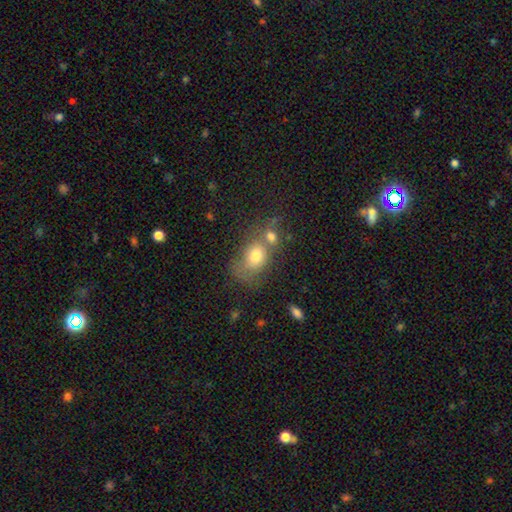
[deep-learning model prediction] This is likely a smooth galaxy (74%). How rounded: likely in between (70%). Merging: marginally merger (42%).